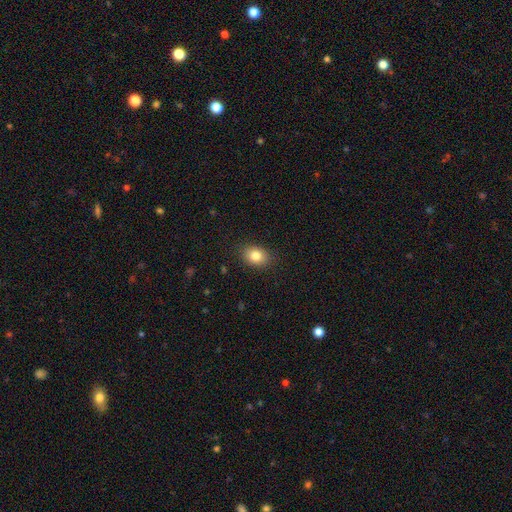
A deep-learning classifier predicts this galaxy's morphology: Smooth or featured?
  - smooth: 83% *
  - star or artifact: 10%
  - featured or disk: 8%
How rounded?
  - in between: 65% *
  - round: 34%
  - cigar-shaped: 1%
Merging?
  - none: 88% *
  - minor disturbance: 9%
  - major disturbance: 2%
  - merger: 1%